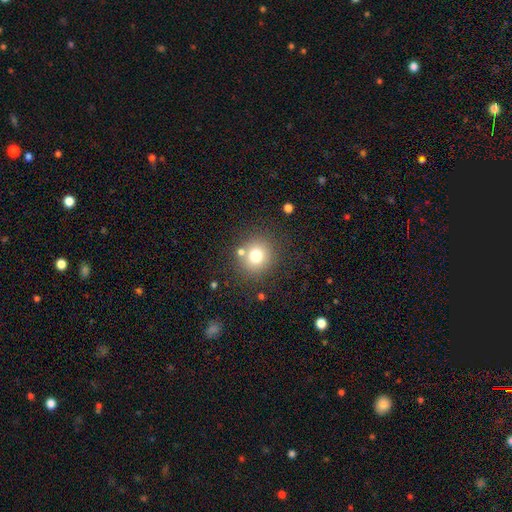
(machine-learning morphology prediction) Smooth or featured?
  - smooth: 75% *
  - star or artifact: 14%
  - featured or disk: 12%
How rounded?
  - round: 88% *
  - in between: 11%
  - cigar-shaped: 1%
Merging?
  - none: 78% *
  - minor disturbance: 9%
  - merger: 9%
  - major disturbance: 4%